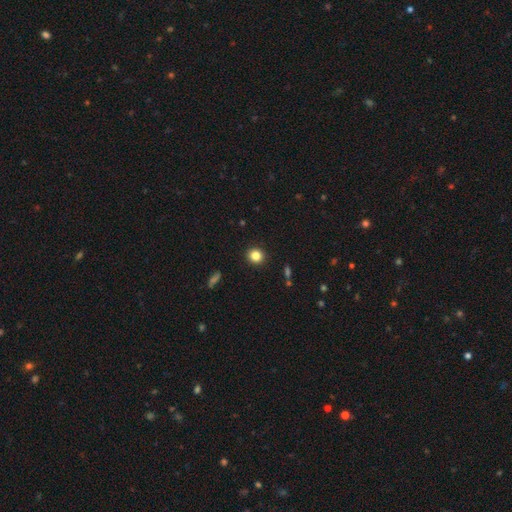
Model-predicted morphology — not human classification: A smooth galaxy with no disk features (83%) that is round (89%). Merging: none (92%).